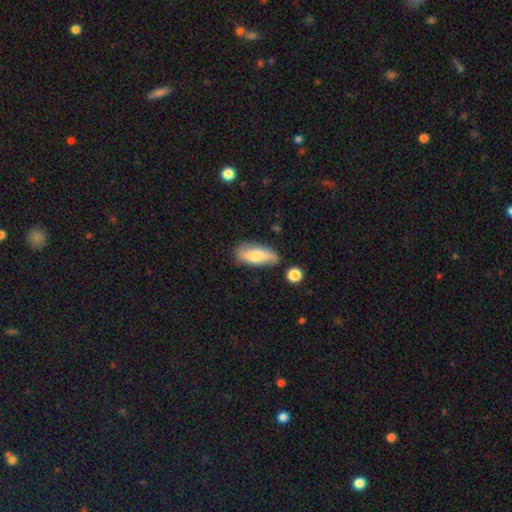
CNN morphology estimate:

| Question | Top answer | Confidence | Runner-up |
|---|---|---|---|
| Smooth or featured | smooth | 65% | featured or disk (29%) |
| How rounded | in between | 76% | cigar-shaped (21%) |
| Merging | none | 68% | minor disturbance (22%) |